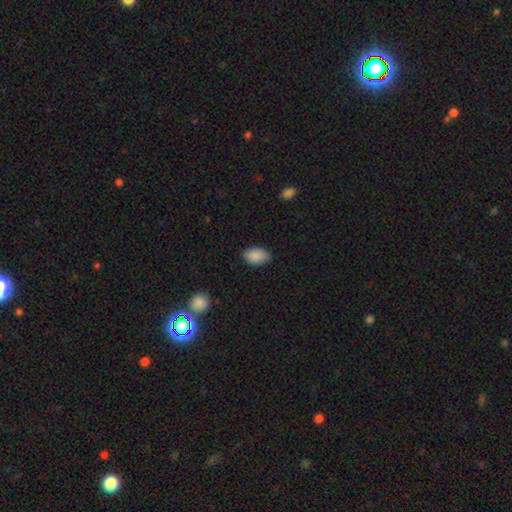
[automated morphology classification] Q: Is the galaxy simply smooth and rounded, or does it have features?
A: smooth — 89%.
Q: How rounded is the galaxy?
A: in between — 90%.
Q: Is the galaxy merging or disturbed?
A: none — 85%.